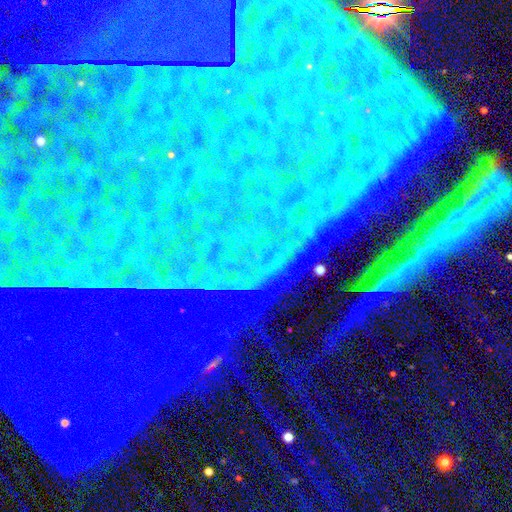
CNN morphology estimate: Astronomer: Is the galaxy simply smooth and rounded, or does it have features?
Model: star or artifact — 85%.